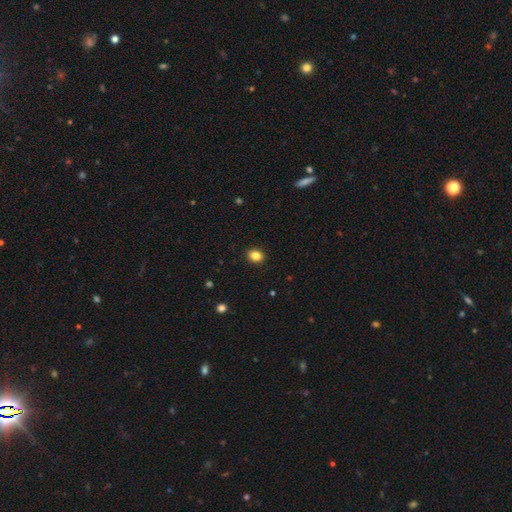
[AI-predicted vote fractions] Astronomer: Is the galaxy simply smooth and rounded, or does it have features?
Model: smooth — 85%.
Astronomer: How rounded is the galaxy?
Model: in between — 52% (runner-up: round, 47%).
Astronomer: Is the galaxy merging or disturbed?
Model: none — 91%.